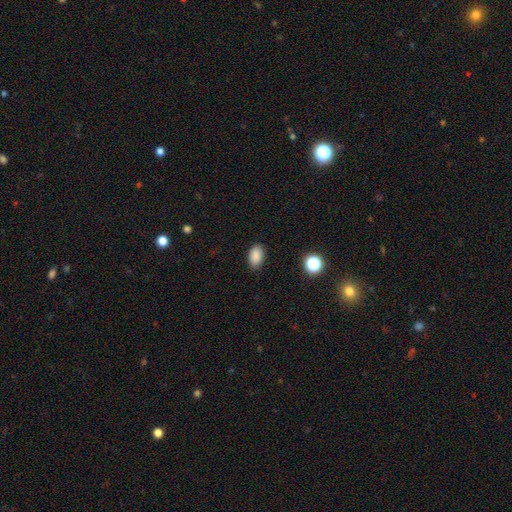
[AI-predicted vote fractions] smooth_or_featured: smooth (p=0.87) [alt: star or artifact p=0.10]
how_rounded: in between (p=0.90) [alt: round p=0.09]
merging: none (p=0.86) [alt: minor disturbance p=0.10]